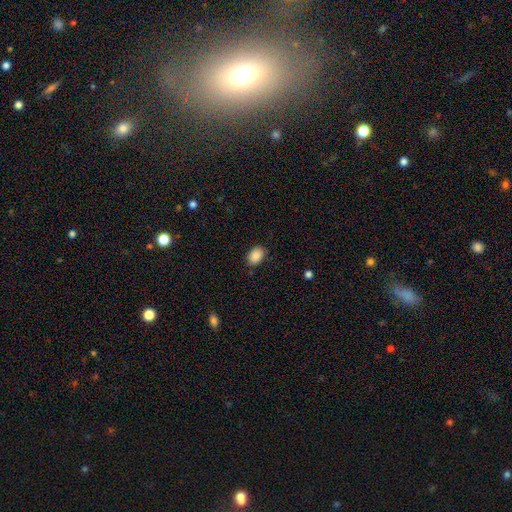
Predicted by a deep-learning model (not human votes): A smooth galaxy with no disk features (89%) that is in between round and cigar-shaped (81%). Merging: none (83%).